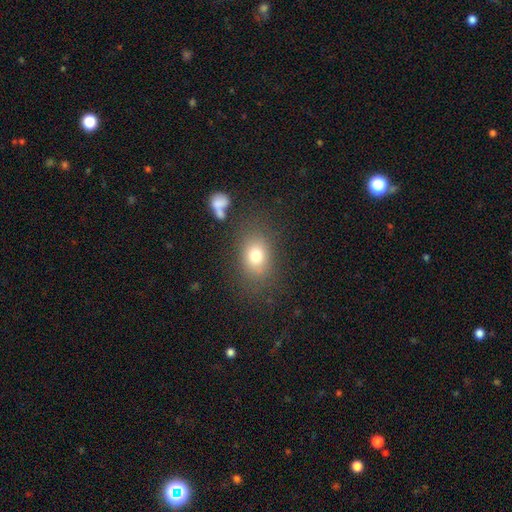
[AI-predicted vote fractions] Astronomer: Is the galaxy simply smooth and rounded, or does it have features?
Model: smooth — 76%.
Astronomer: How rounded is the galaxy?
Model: in between — 65%.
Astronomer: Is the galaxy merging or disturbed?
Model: none — 75%.